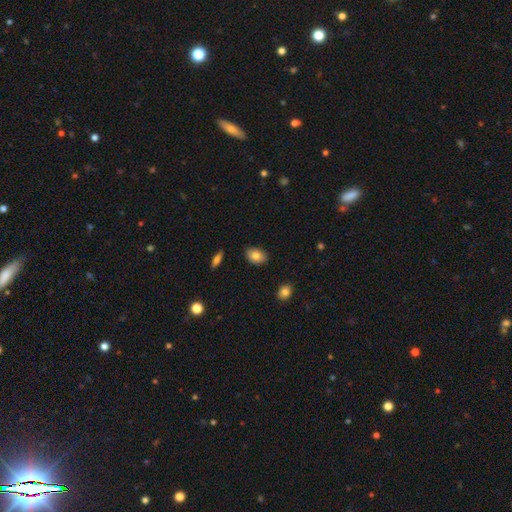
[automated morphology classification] A smooth galaxy with no disk features (82%) that is in between round and cigar-shaped (83%). Merging: none (86%).